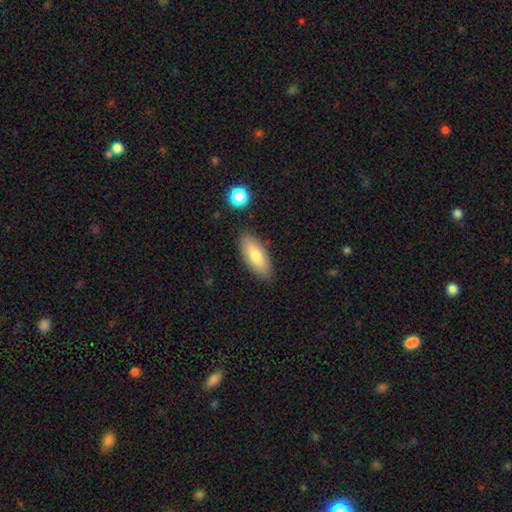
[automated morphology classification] Smooth or featured? Predicted: smooth (p=0.75). How rounded? Predicted: in between (p=0.81). Merging? Predicted: none (p=0.86).